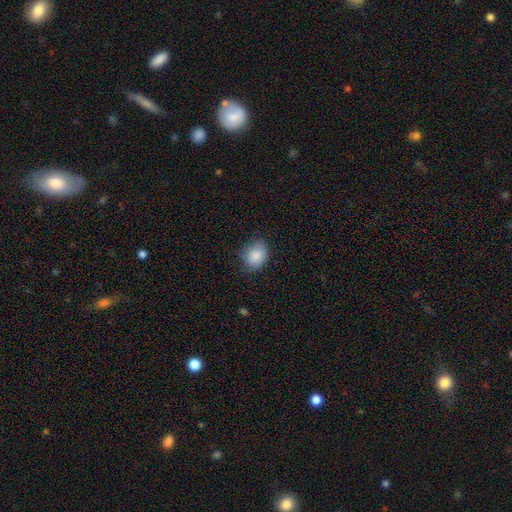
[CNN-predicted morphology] This is clearly a smooth galaxy (87%). How rounded: possibly in between (52%). Merging: likely none (74%).